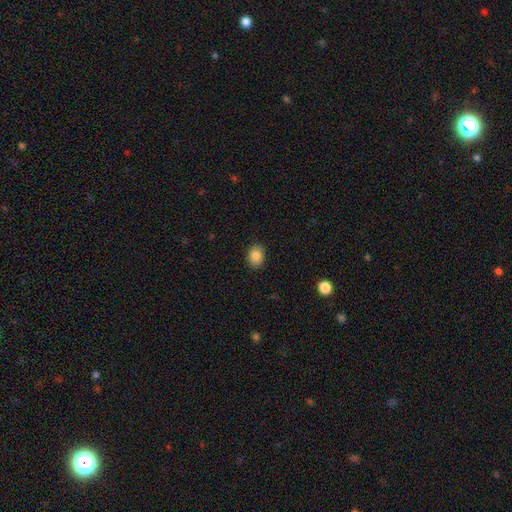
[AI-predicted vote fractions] Smooth or featured: smooth — 87% (star or artifact — 9%)
How rounded: in between — 58% (round — 41%)
Merging: none — 89% (minor disturbance — 8%)